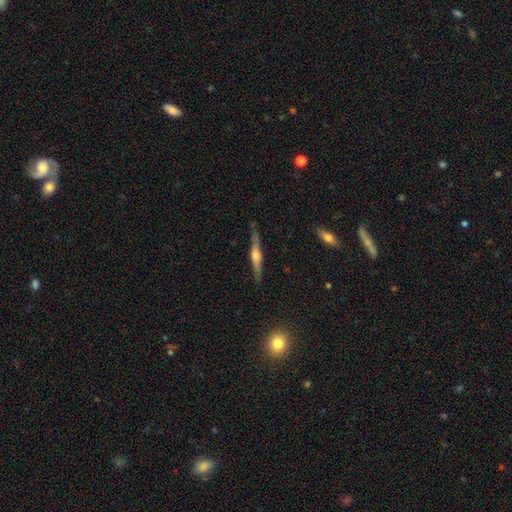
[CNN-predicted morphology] Smooth or featured? Predicted: featured or disk (p=0.73). Edge-on disk? Predicted: yes (p=0.98). Edge-on bulge? Predicted: rounded (p=0.87). Merging? Predicted: none (p=0.85).